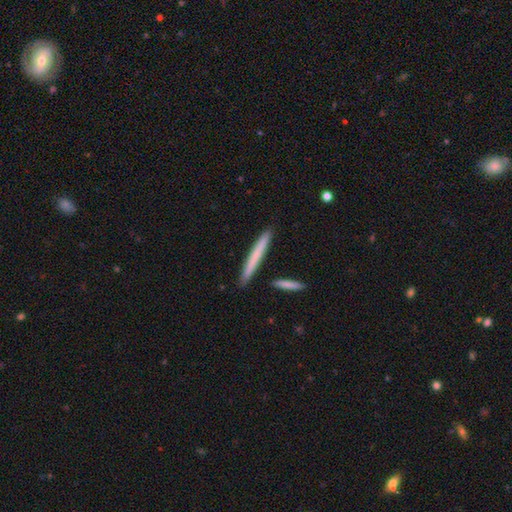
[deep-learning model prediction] This is likely a smooth galaxy (62%). How rounded: clearly cigar-shaped (97%). Merging: clearly none (89%).